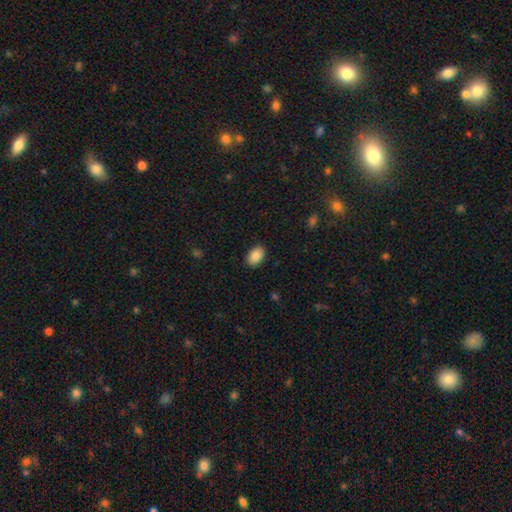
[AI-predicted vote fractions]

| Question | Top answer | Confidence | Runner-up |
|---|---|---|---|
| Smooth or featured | smooth | 88% | star or artifact (7%) |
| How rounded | in between | 88% | round (11%) |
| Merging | none | 89% | minor disturbance (8%) |